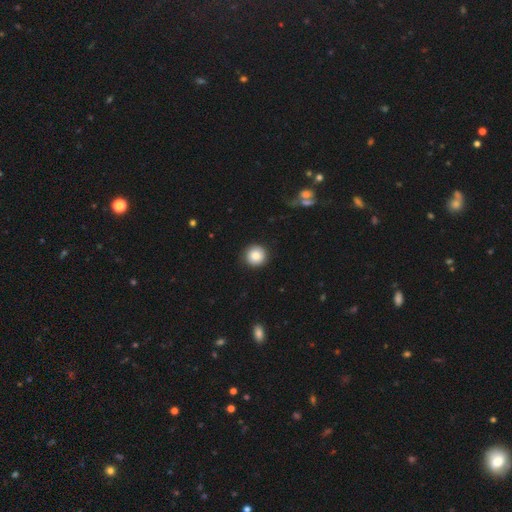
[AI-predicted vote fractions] smooth 85%, star or artifact 9%, featured or disk 6%. Down the decision tree: how rounded — round (95%); merging — none (90%).